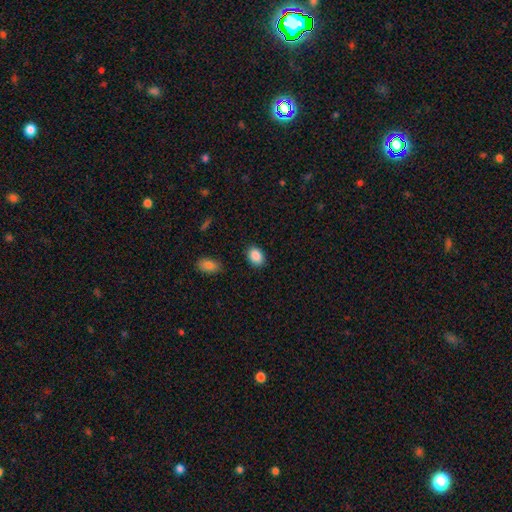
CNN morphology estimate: Q: Smooth or featured?
A: smooth (88%); runner-up: star or artifact (8%)
Q: How rounded?
A: in between (75%); runner-up: round (24%)
Q: Merging?
A: none (86%); runner-up: minor disturbance (10%)